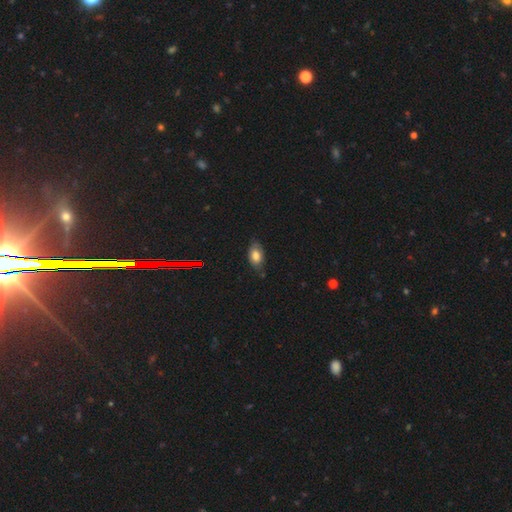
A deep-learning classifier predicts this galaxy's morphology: smooth 78%, featured or disk 13%, star or artifact 9%. Down the decision tree: how rounded — in between (91%); merging — none (70%).